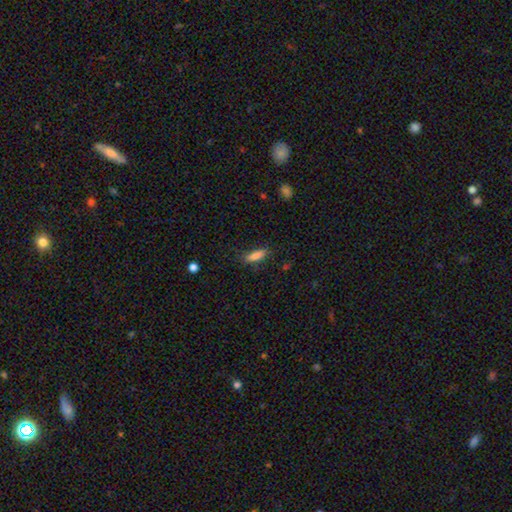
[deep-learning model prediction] smooth-or-featured: smooth: 84% | featured or disk: 8% | star or artifact: 8%
  how-rounded: cigar-shaped: 52% | in between: 46% | round: 2%
  merging: none: 78% | minor disturbance: 16% | major disturbance: 4% | merger: 2%